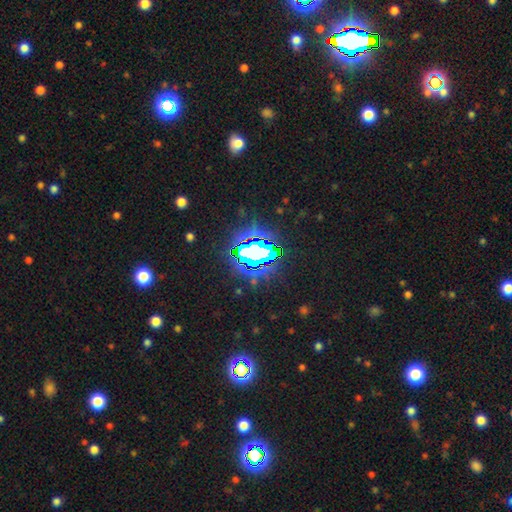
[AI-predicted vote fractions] This appears to be a star or artifact, not a galaxy (76%).